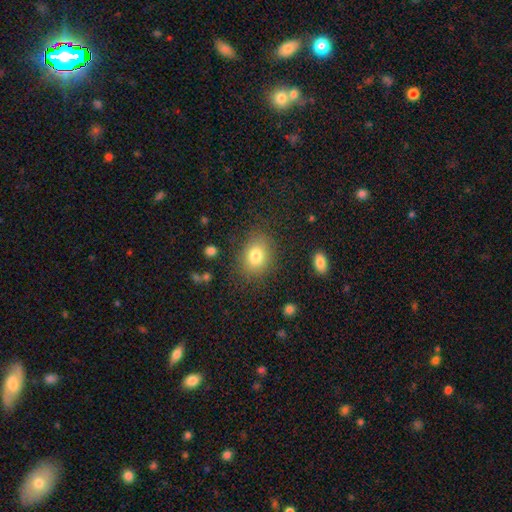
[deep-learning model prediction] Smooth or featured?
  - smooth: 79% *
  - star or artifact: 11%
  - featured or disk: 10%
How rounded?
  - in between: 56% *
  - round: 43%
  - cigar-shaped: 1%
Merging?
  - none: 81% *
  - minor disturbance: 12%
  - major disturbance: 5%
  - merger: 2%